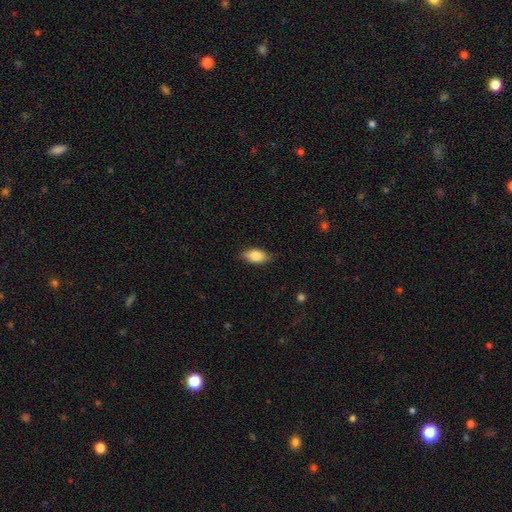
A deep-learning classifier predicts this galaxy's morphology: smooth 81%, featured or disk 12%, star or artifact 7%. Down the decision tree: how rounded — in between (89%); merging — none (82%).